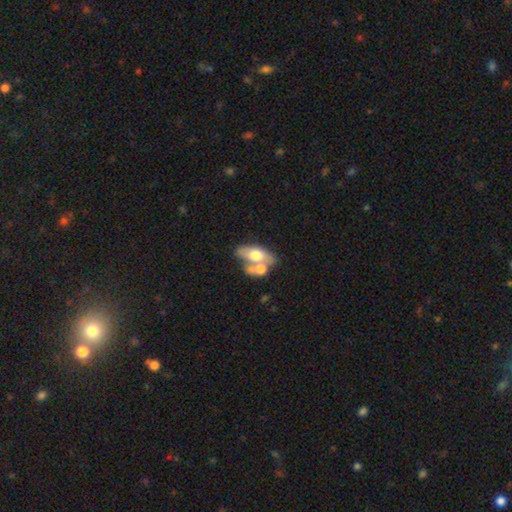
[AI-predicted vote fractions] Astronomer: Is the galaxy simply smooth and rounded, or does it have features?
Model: smooth — 56% (runner-up: featured or disk, 37%).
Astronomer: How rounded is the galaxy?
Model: in between — 85%.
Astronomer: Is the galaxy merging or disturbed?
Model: merger — 54% (runner-up: none, 29%).